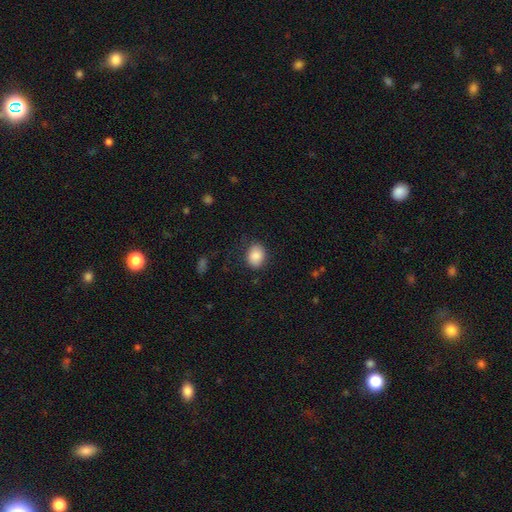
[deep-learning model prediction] Smooth or featured? smooth (86%)
How rounded? in between (58%)
Merging? none (81%)